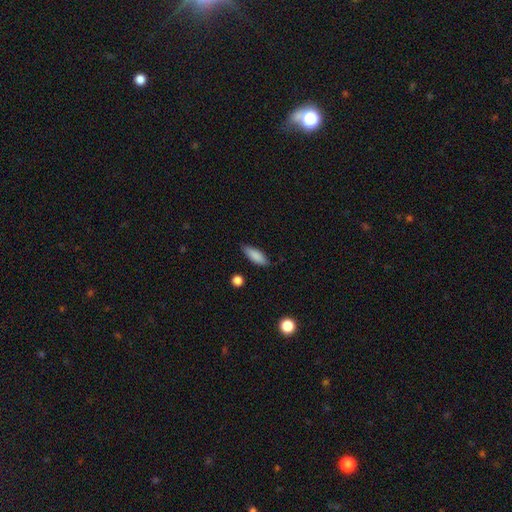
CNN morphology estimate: Smooth or featured? Predicted: smooth (p=0.85). How rounded? Predicted: in between (p=0.60). Merging? Predicted: none (p=0.82).